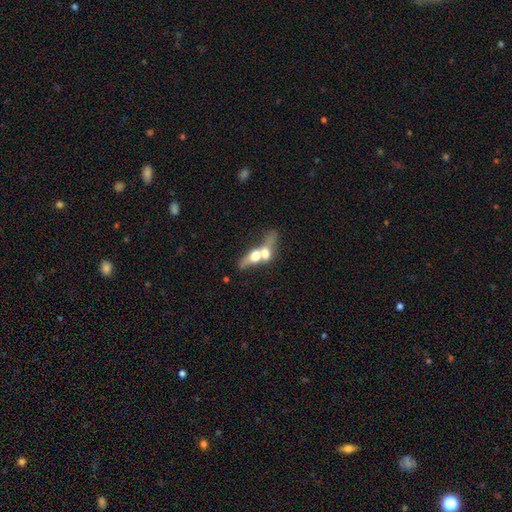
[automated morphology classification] smooth_or_featured: smooth (p=0.48) [alt: featured or disk p=0.42]
merging: merger (p=0.69) [alt: none p=0.16]